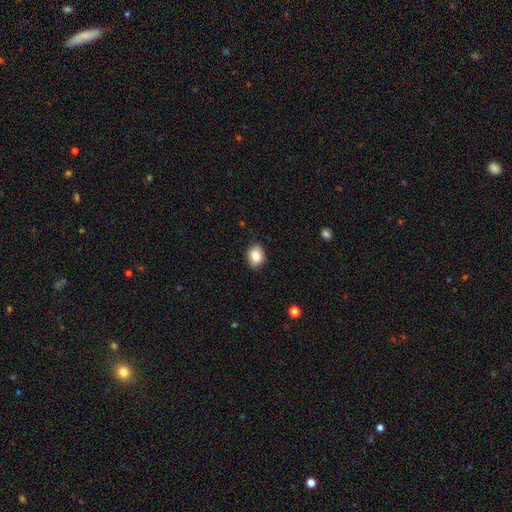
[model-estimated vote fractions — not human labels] Smooth or featured?
  - smooth: 80% *
  - featured or disk: 11%
  - star or artifact: 9%
How rounded?
  - in between: 51% *
  - round: 48%
  - cigar-shaped: 1%
Merging?
  - none: 82% *
  - minor disturbance: 14%
  - major disturbance: 2%
  - merger: 1%